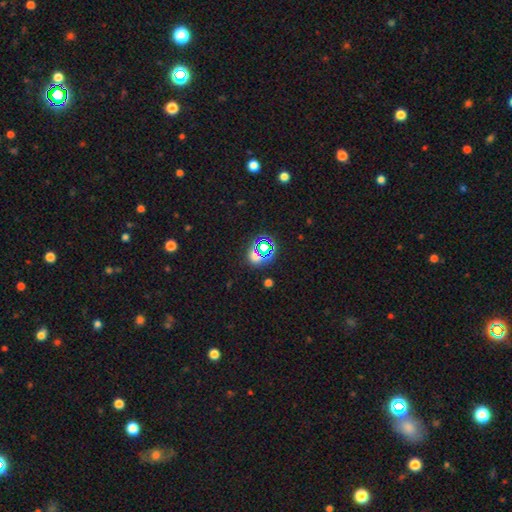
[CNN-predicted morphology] smooth-or-featured: star or artifact: 58% | smooth: 32% | featured or disk: 10%